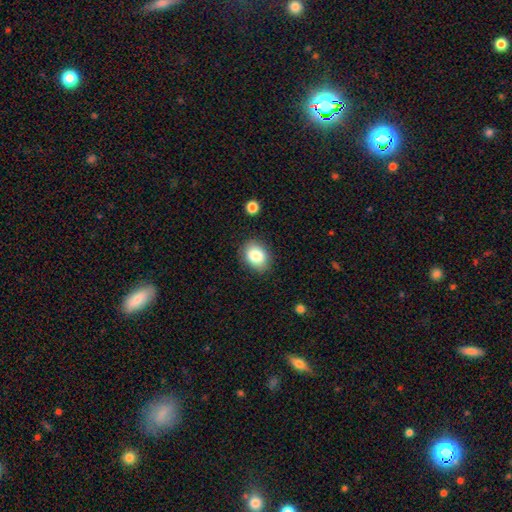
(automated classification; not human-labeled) smooth 83%, star or artifact 9%, featured or disk 8%. Down the decision tree: how rounded — in between (67%); merging — none (84%).